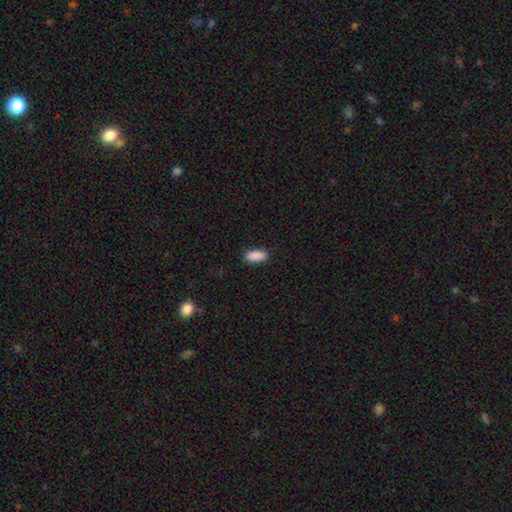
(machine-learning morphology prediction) Smooth or featured? smooth (90%)
How rounded? in between (82%)
Merging? none (87%)